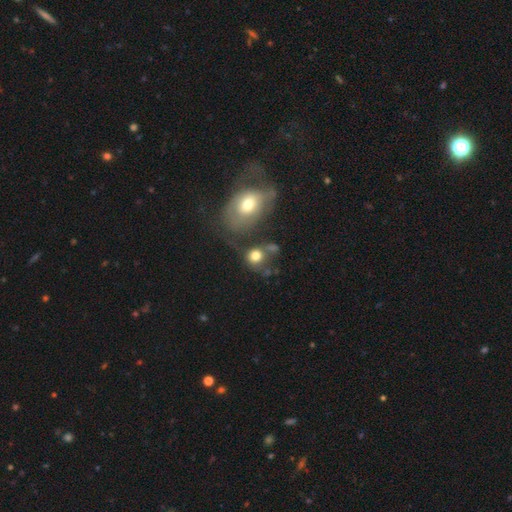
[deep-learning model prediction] Smooth or featured? Predicted: smooth (p=0.75). How rounded? Predicted: round (p=0.72). Merging? Predicted: none (p=0.43).